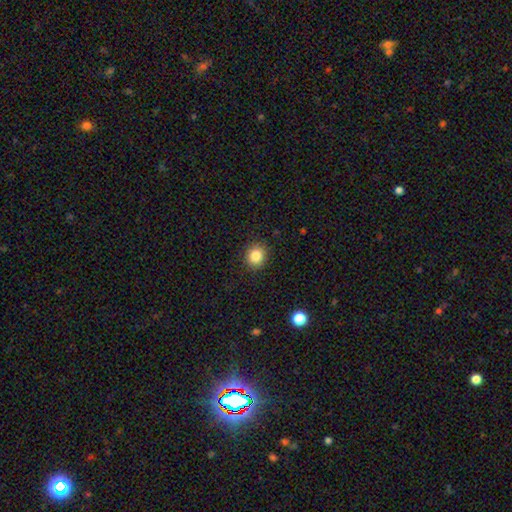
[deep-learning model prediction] Smooth or featured?
  - smooth: 85% *
  - star or artifact: 10%
  - featured or disk: 4%
How rounded?
  - round: 81% *
  - in between: 18%
  - cigar-shaped: 1%
Merging?
  - none: 90% *
  - minor disturbance: 7%
  - major disturbance: 2%
  - merger: 1%